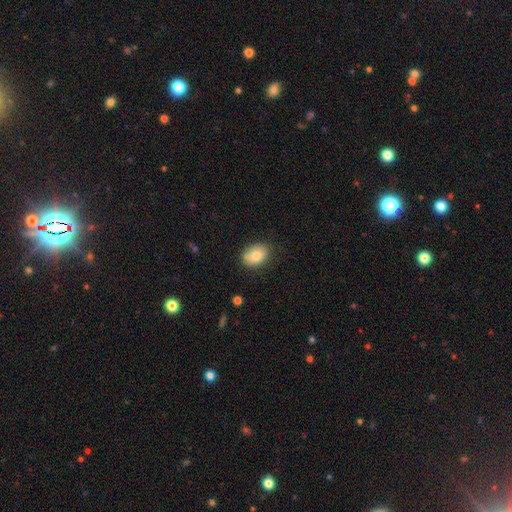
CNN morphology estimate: smooth_or_featured: smooth (p=0.83) [alt: featured or disk p=0.10]
how_rounded: in between (p=0.80) [alt: round p=0.19]
merging: none (p=0.78) [alt: minor disturbance p=0.17]